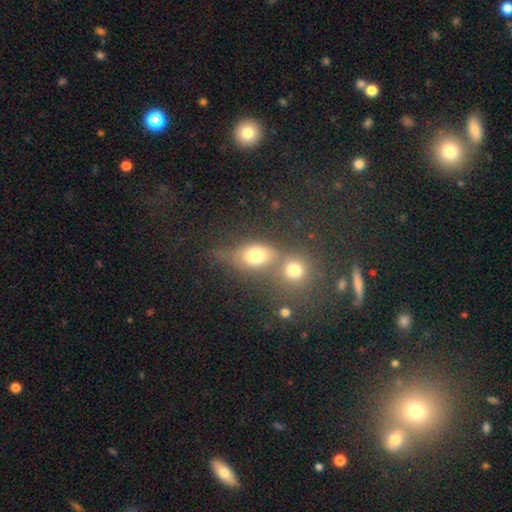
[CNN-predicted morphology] Smooth or featured: smooth — 73% (star or artifact — 14%)
How rounded: in between — 61% (round — 35%)
Merging: merger — 44% (none — 39%)